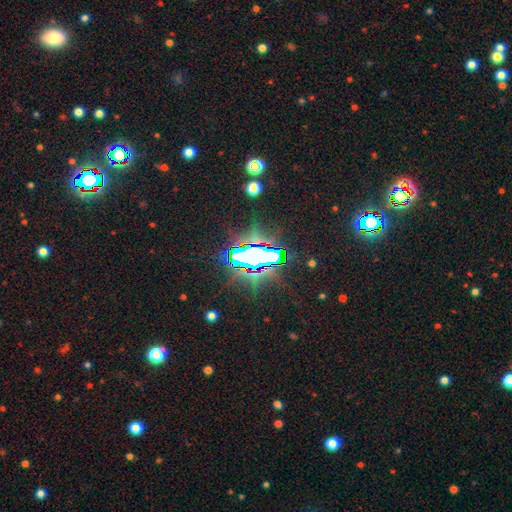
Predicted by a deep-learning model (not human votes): Smooth or featured? star or artifact (75%)